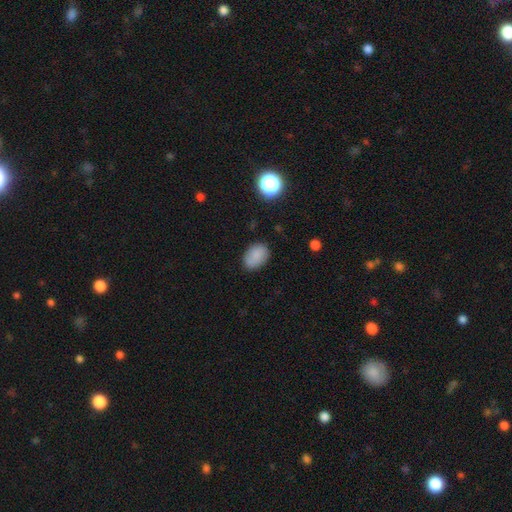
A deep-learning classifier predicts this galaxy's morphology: smooth 83%, star or artifact 9%, featured or disk 7%. Down the decision tree: how rounded — in between (80%); merging — none (80%).